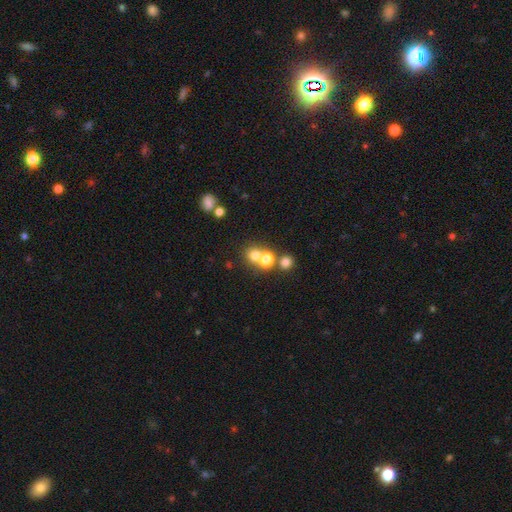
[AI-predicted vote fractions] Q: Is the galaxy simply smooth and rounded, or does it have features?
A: smooth — 70%.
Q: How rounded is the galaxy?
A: round — 83%.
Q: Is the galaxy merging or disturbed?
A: none — 50%.